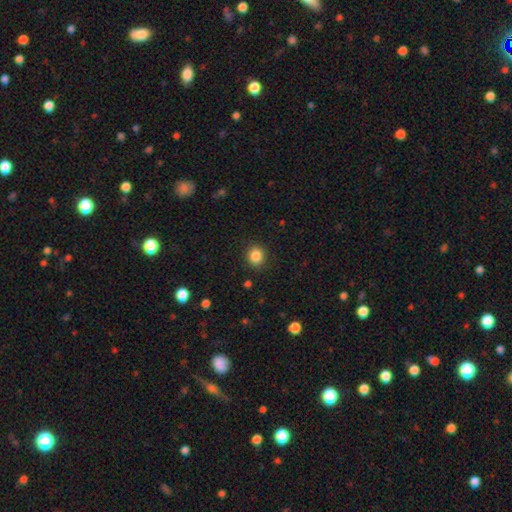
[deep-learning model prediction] smooth-or-featured: smooth: 86% | star or artifact: 10% | featured or disk: 4%
  how-rounded: round: 80% | in between: 19% | cigar-shaped: 1%
  merging: none: 88% | minor disturbance: 8% | major disturbance: 3% | merger: 1%